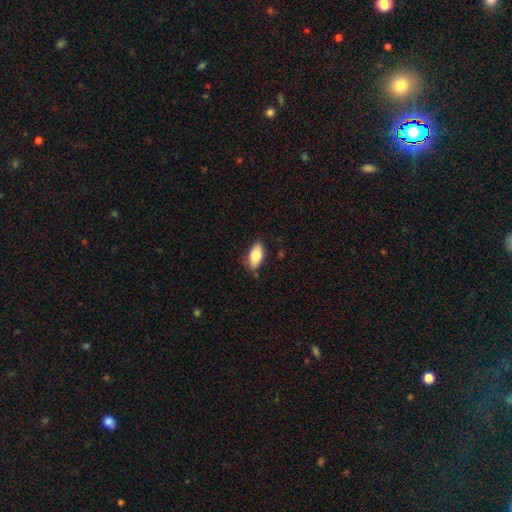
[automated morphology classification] Smooth or featured?
  - smooth: 82% *
  - featured or disk: 11%
  - star or artifact: 7%
How rounded?
  - in between: 91% *
  - cigar-shaped: 5%
  - round: 4%
Merging?
  - none: 79% *
  - minor disturbance: 16%
  - major disturbance: 3%
  - merger: 2%